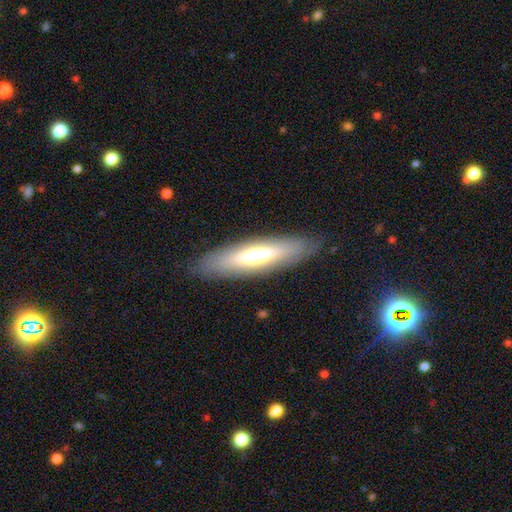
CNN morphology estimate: smooth-or-featured: smooth: 56% | featured or disk: 37% | star or artifact: 7%
  how-rounded: cigar-shaped: 68% | in between: 30% | round: 1%
  merging: none: 86% | minor disturbance: 10% | major disturbance: 3% | merger: 1%